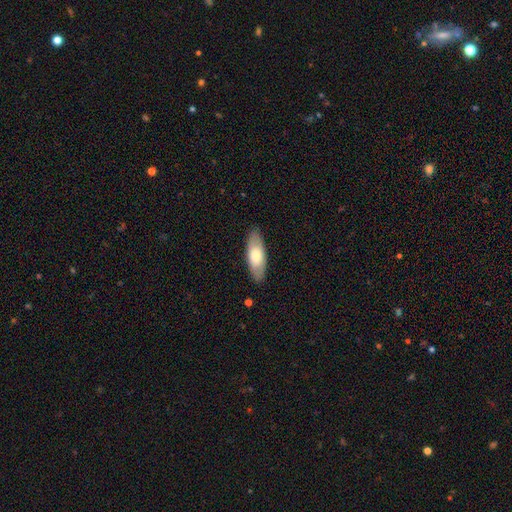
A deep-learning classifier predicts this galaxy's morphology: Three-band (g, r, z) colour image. It shows a smooth galaxy with no disk features (67%) that is in between round and cigar-shaped (73%). Merging: none (87%).